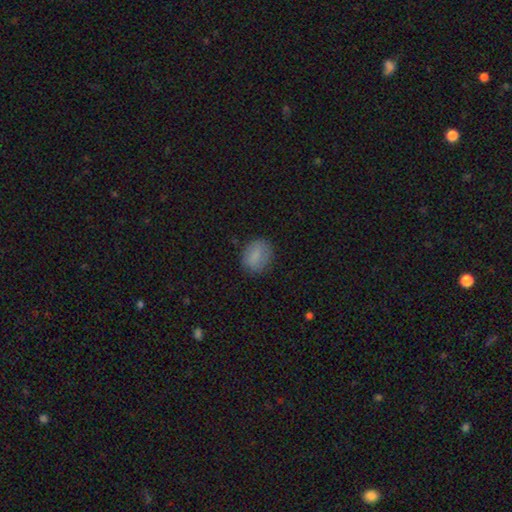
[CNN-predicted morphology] smooth_or_featured: smooth (p=0.82) [alt: featured or disk p=0.10]
how_rounded: round (p=0.54) [alt: in between p=0.45]
merging: none (p=0.82) [alt: minor disturbance p=0.13]